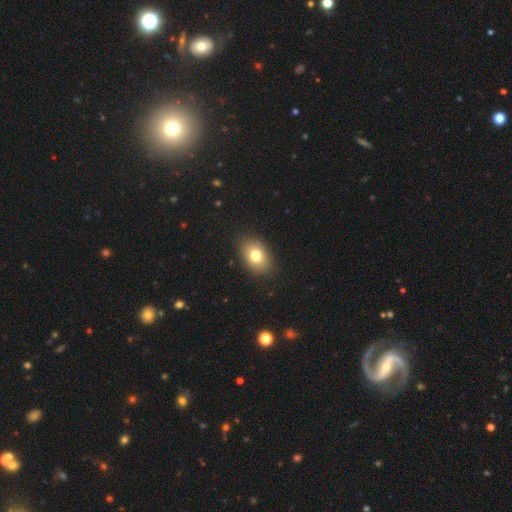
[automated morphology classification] Overall: smooth (77%). How rounded: in between (79%). Merging: none (87%).